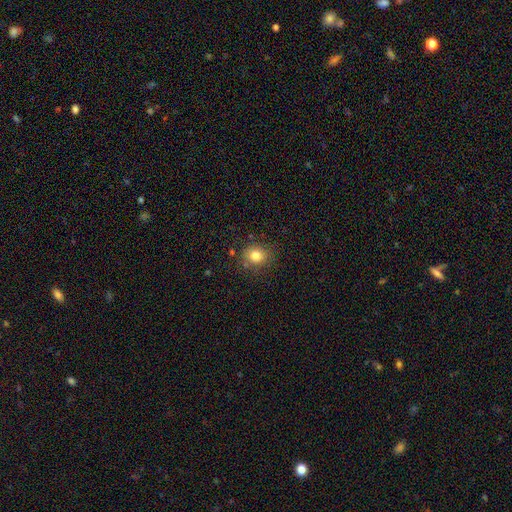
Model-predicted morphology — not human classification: smooth 80%, star or artifact 12%, featured or disk 8%. Down the decision tree: how rounded — round (75%); merging — none (81%).